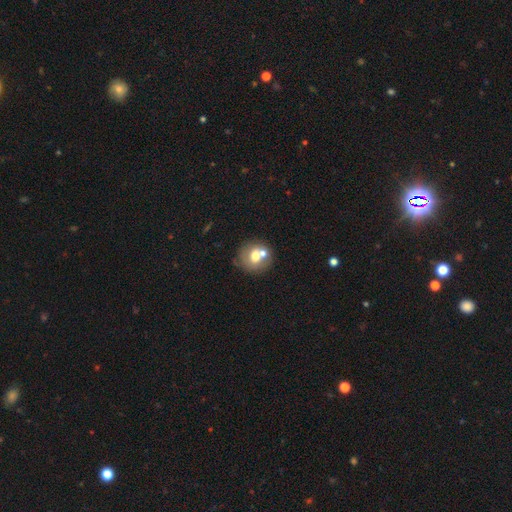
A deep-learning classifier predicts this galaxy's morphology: Smooth or featured? Predicted: smooth (p=0.64). How rounded? Predicted: round (p=0.82). Merging? Predicted: none (p=0.55).